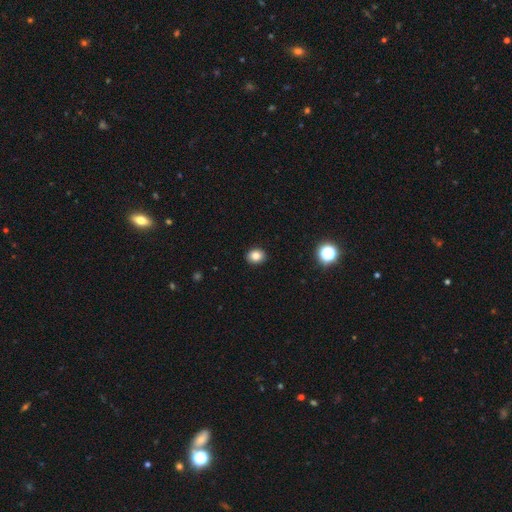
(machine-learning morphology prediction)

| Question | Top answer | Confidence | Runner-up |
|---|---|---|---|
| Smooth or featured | smooth | 83% | star or artifact (11%) |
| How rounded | round | 54% | in between (45%) |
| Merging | none | 91% | minor disturbance (6%) |